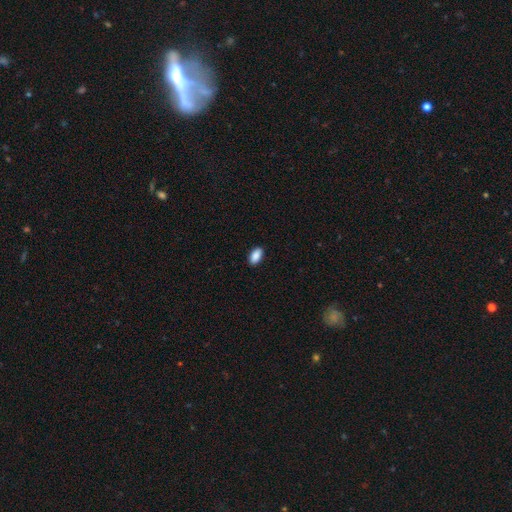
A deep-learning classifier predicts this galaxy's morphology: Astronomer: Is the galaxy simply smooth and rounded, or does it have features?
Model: smooth — 90%.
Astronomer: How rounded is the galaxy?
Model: in between — 93%.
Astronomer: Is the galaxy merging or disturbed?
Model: none — 89%.